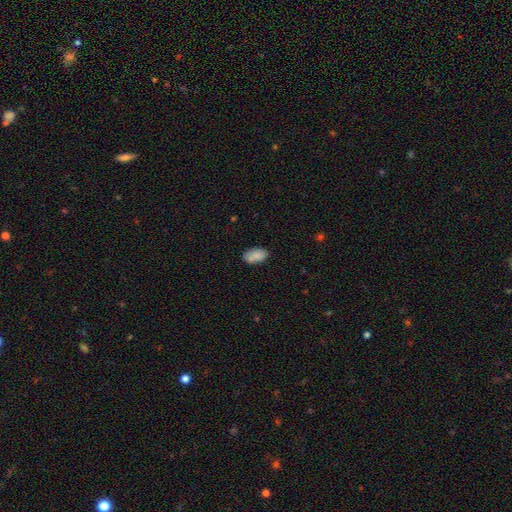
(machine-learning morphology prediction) smooth 83%, featured or disk 10%, star or artifact 7%. Down the decision tree: how rounded — in between (93%); merging — none (70%).